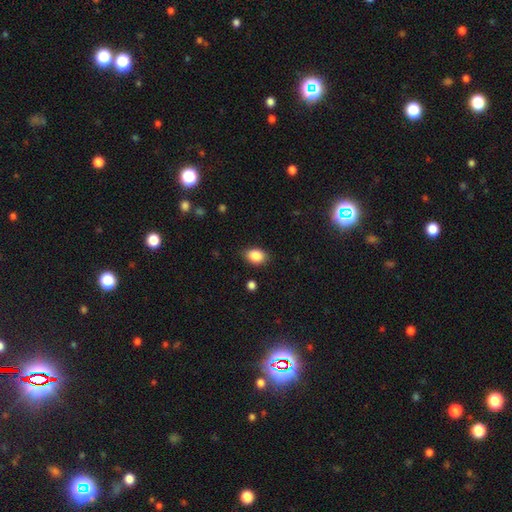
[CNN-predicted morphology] Overall: smooth (87%). How rounded: in between (77%). Merging: none (85%).